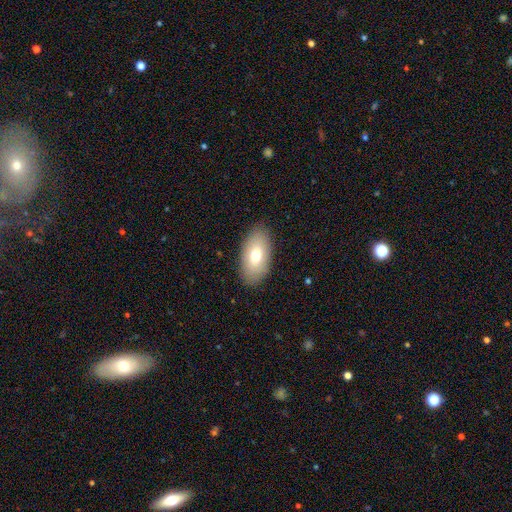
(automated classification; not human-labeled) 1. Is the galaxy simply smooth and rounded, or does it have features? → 71% smooth, 21% featured or disk, 8% star or artifact.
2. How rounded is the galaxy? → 93% in between, 4% round, 3% cigar-shaped.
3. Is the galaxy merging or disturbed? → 87% none, 9% minor disturbance, 3% major disturbance, 1% merger.